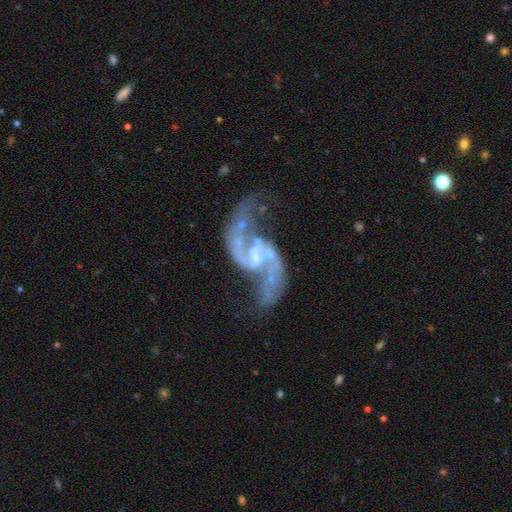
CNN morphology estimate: Smooth or featured? Predicted: featured or disk (p=0.92). Edge-on disk? Predicted: no (p=0.98). Bar? Predicted: weak (p=0.51). Spiral arms? Predicted: yes (p=0.96). Spiral winding? Predicted: loose (p=0.68). Spiral arm count? Predicted: 2 (p=0.93). Bulge size? Predicted: small (p=0.49). Merging? Predicted: none (p=0.51).